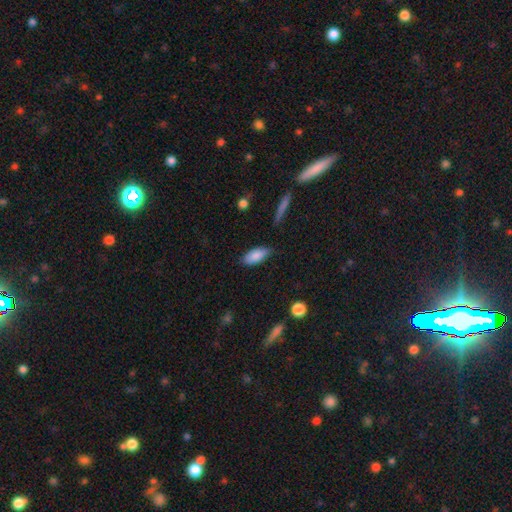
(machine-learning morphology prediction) Smooth or featured? smooth (86%)
How rounded? in between (86%)
Merging? none (78%)